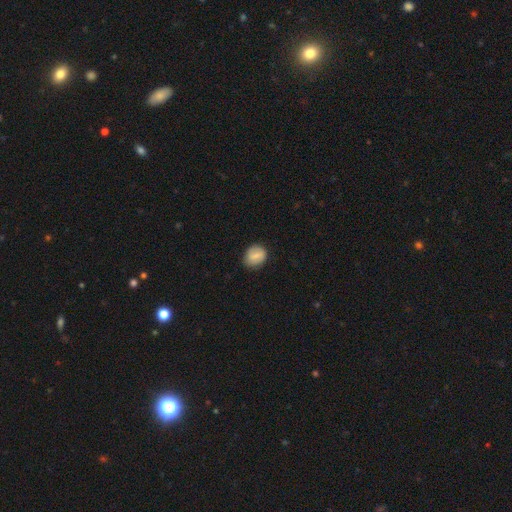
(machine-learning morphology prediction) This is likely a smooth galaxy (76%). How rounded: likely round (69%). Merging: likely none (80%).